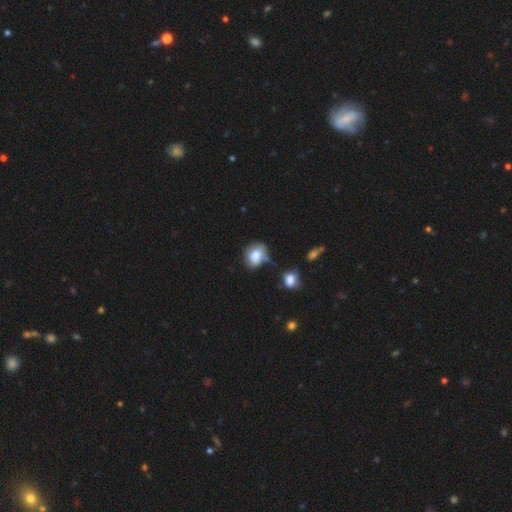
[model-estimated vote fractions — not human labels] This is likely a smooth galaxy (76%). How rounded: possibly in between (52%). Merging: marginally none (43%).